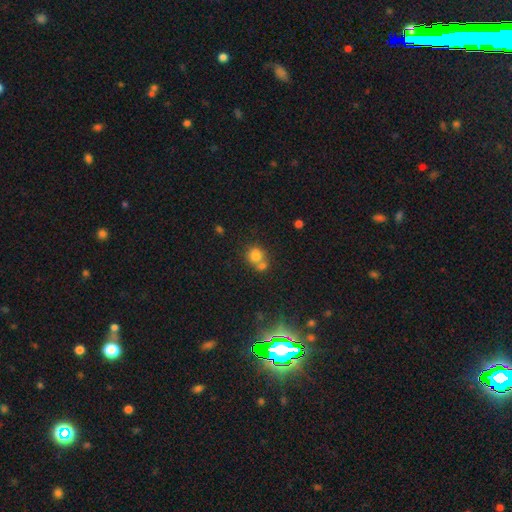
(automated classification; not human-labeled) Overall: smooth (76%). How rounded: round (82%). Merging: merger (46%; none 42%).